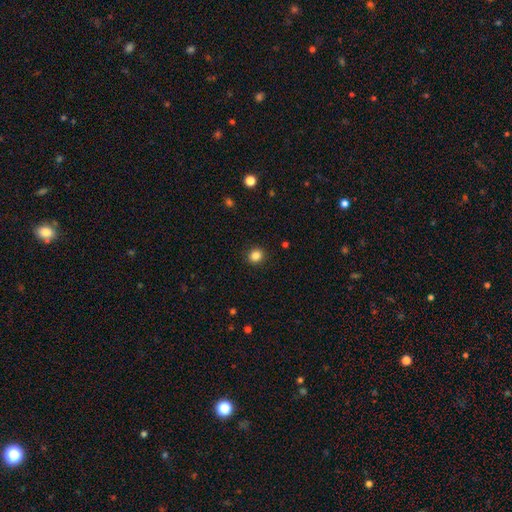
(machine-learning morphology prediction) type=smooth (85%); roundness=round (85%); merging=none (92%).